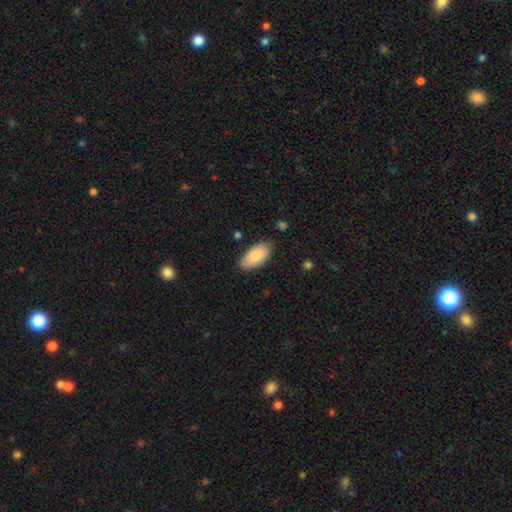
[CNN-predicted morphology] smooth 84%, featured or disk 10%, star or artifact 6%. Down the decision tree: how rounded — in between (95%); merging — none (78%).